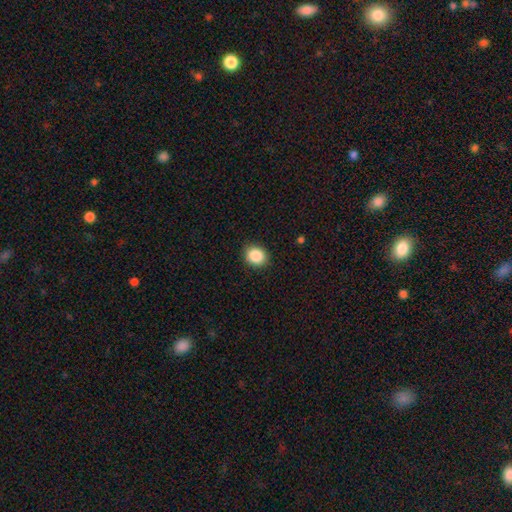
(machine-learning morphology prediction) smooth 87%, star or artifact 9%, featured or disk 4%. Down the decision tree: how rounded — round (66%); merging — none (89%).